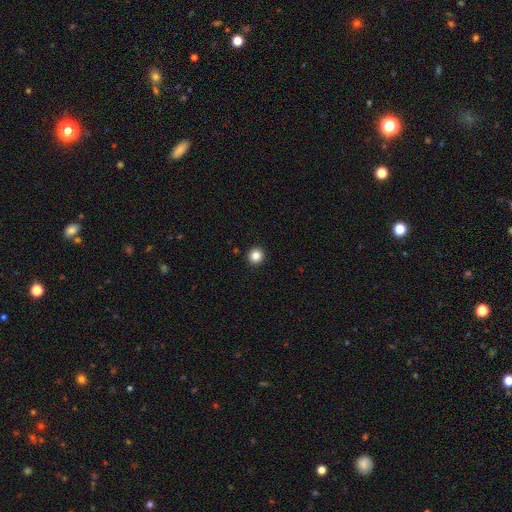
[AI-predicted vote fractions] A smooth galaxy with no disk features (85%) that is round (94%).

Vote fractions:
- Smooth or featured? smooth: 85% / star or artifact: 11% / featured or disk: 4%
- How rounded? round: 94% / in between: 5% / cigar-shaped: 1%
- Merging? none: 93% / minor disturbance: 4% / major disturbance: 1% / merger: 1%